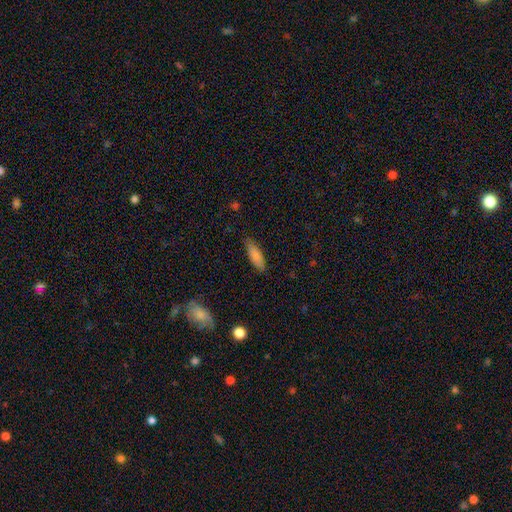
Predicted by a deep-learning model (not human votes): Morphology: type=smooth (85%); roundness=in between (59%); merging=none (81%).